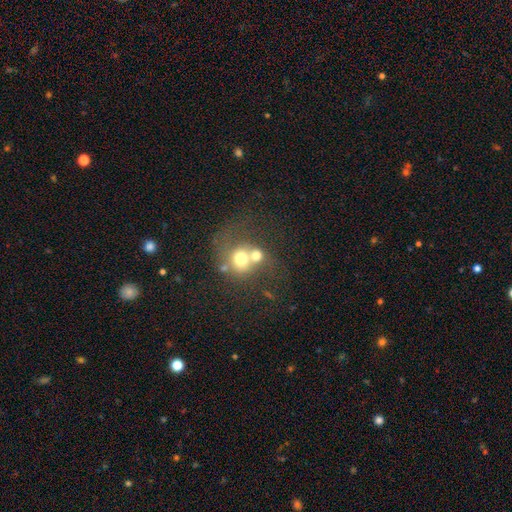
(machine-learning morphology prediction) This is likely a smooth galaxy (63%). How rounded: likely round (76%). Merging: likely merger (63%).